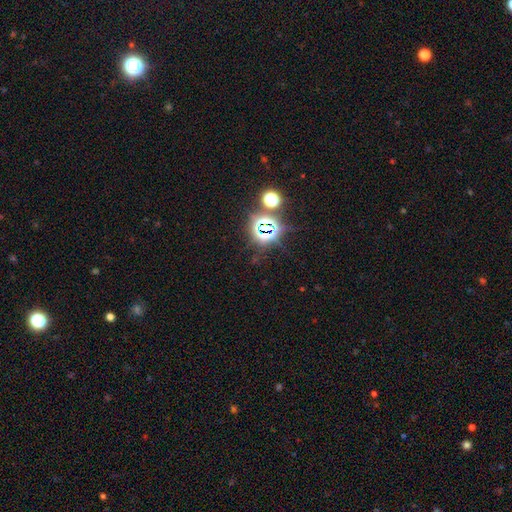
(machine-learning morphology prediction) smooth_or_featured: star or artifact (p=0.78) [alt: smooth p=0.14]